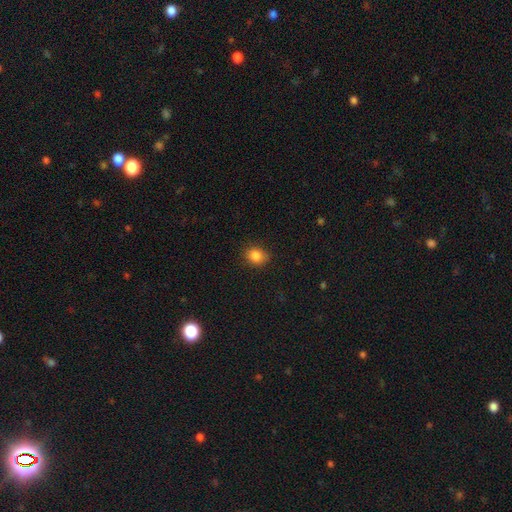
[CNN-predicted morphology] Overall: smooth (85%). How rounded: round (61%; in between 38%). Merging: none (83%).